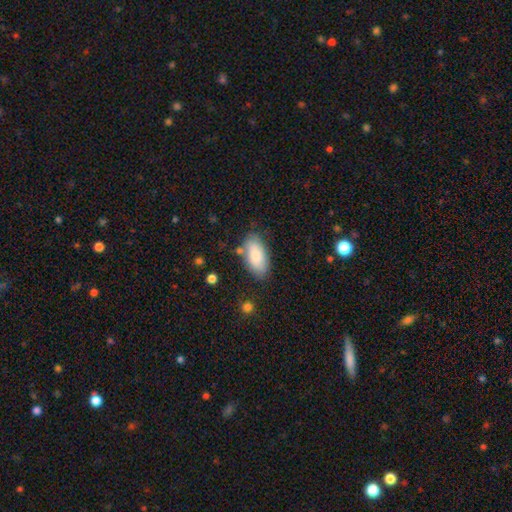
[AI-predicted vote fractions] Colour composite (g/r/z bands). It shows a smooth galaxy with no disk features (81%) that is in between round and cigar-shaped (92%). Merging: none (76%).